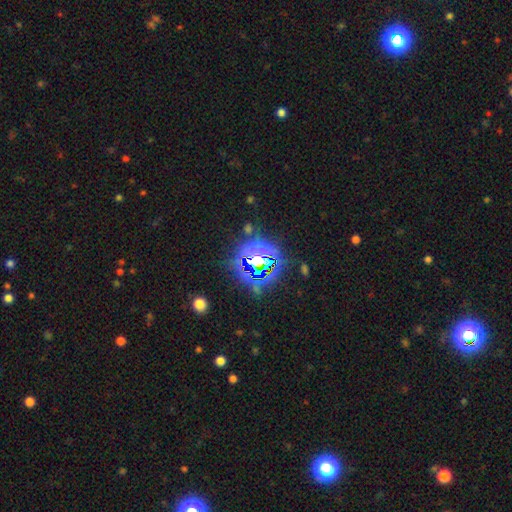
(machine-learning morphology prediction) type=star or artifact (74%).